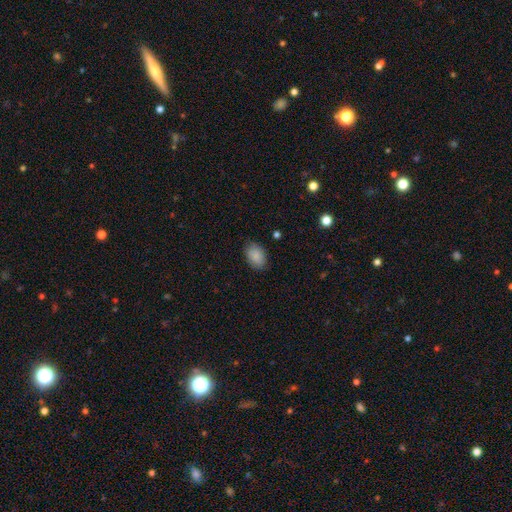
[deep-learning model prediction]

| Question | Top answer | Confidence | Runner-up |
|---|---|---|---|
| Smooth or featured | smooth | 89% | star or artifact (7%) |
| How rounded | in between | 87% | round (12%) |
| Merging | none | 85% | minor disturbance (11%) |